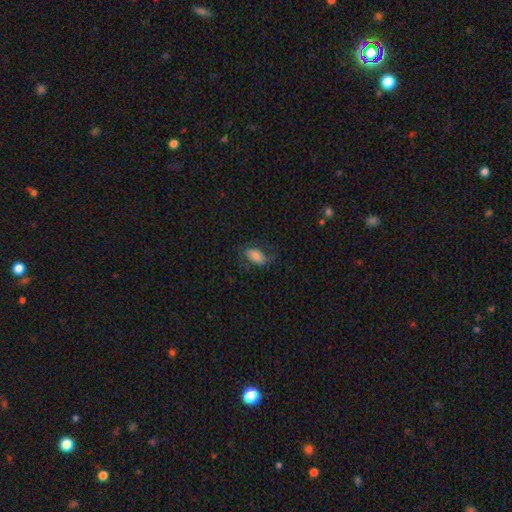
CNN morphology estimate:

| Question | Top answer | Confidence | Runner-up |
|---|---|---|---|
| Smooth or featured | smooth | 71% | featured or disk (21%) |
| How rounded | in between | 91% | round (5%) |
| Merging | none | 61% | minor disturbance (23%) |